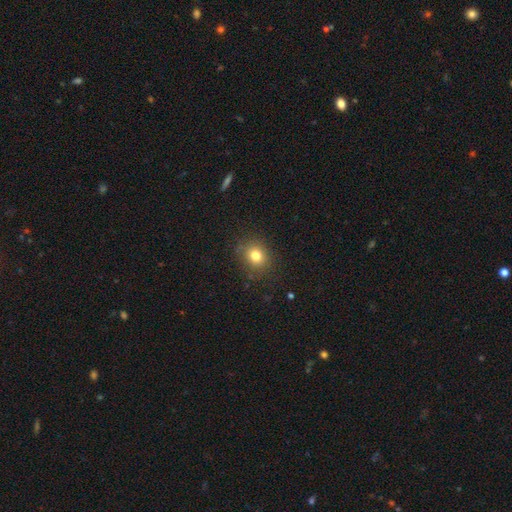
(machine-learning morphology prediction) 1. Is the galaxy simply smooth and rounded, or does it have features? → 79% smooth, 13% star or artifact, 8% featured or disk.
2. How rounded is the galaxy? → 69% round, 30% in between, 1% cigar-shaped.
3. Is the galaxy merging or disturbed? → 84% none, 11% minor disturbance, 4% major disturbance, 1% merger.